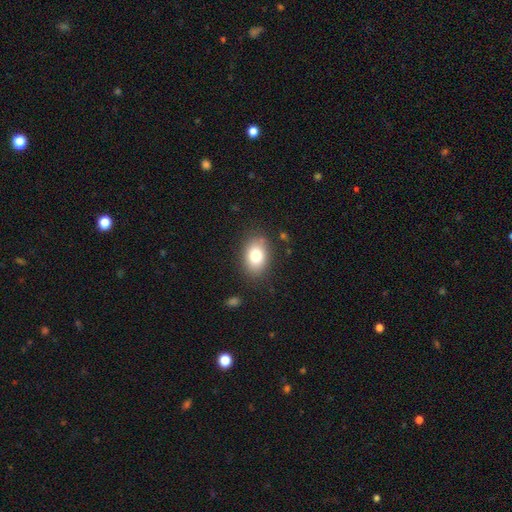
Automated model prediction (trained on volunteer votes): Smooth or featured?
  - smooth: 79% *
  - featured or disk: 12%
  - star or artifact: 9%
How rounded?
  - in between: 78% *
  - round: 21%
  - cigar-shaped: 1%
Merging?
  - none: 83% *
  - minor disturbance: 11%
  - major disturbance: 4%
  - merger: 2%